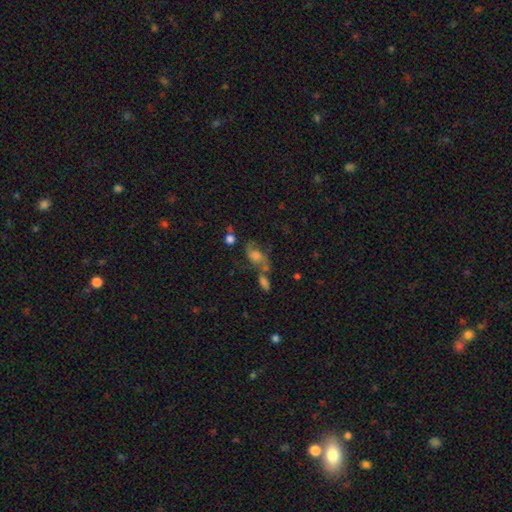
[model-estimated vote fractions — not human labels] This is possibly a featured or disk galaxy (53%). It is clearly not viewed edge-on (94%). Merging: marginally none (39%).